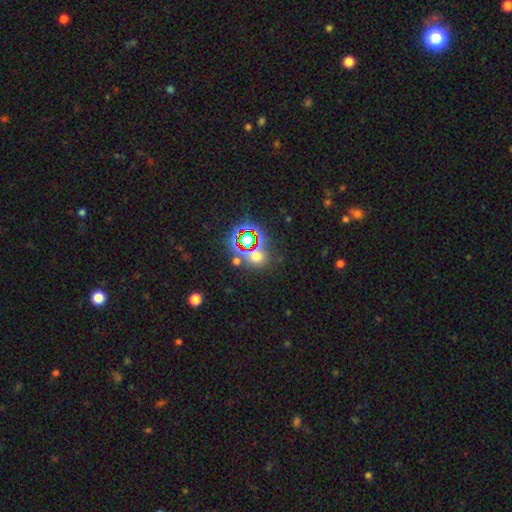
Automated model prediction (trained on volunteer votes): A smooth galaxy with no disk features (47%). Merging: none (69%).